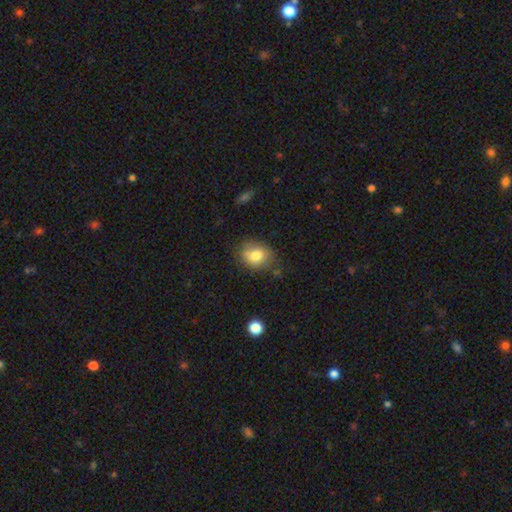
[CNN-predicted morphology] Smooth or featured? Predicted: smooth (p=0.78). How rounded? Predicted: in between (p=0.58). Merging? Predicted: none (p=0.68).